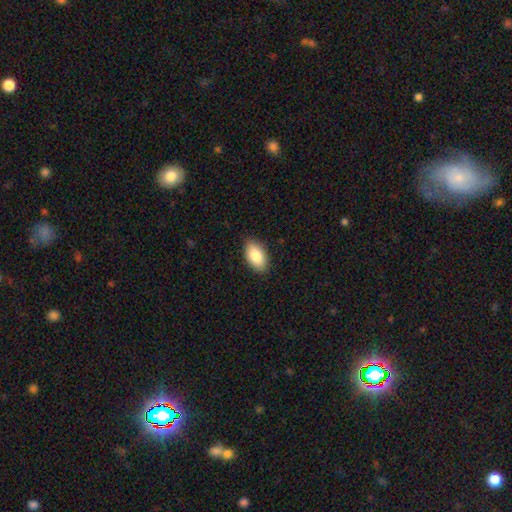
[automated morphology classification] Smooth or featured: smooth — 86% (featured or disk — 8%)
How rounded: in between — 94% (round — 4%)
Merging: none — 88% (minor disturbance — 9%)